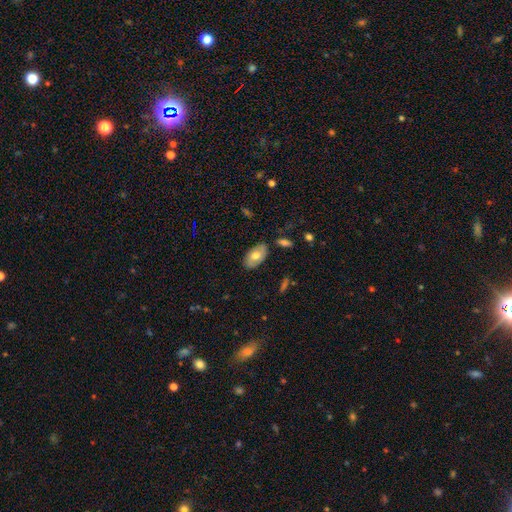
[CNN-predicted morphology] smooth_or_featured: smooth (p=0.63) [alt: featured or disk p=0.30]
how_rounded: in between (p=0.94) [alt: round p=0.04]
merging: none (p=0.82) [alt: minor disturbance p=0.13]